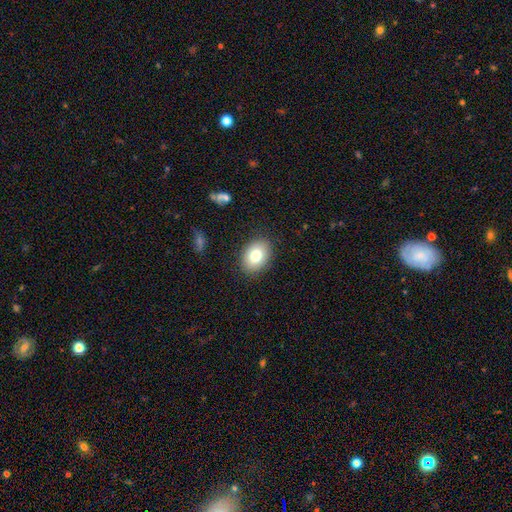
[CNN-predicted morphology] smooth-or-featured: smooth: 80% | featured or disk: 12% | star or artifact: 8%
  how-rounded: in between: 76% | round: 23% | cigar-shaped: 1%
  merging: none: 87% | minor disturbance: 9% | major disturbance: 3% | merger: 1%